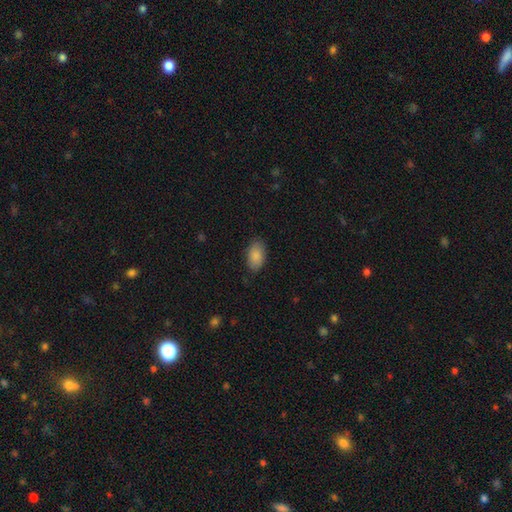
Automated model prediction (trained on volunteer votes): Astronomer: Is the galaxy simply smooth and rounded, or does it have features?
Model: smooth — 88%.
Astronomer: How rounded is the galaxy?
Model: in between — 93%.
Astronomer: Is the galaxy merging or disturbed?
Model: none — 83%.